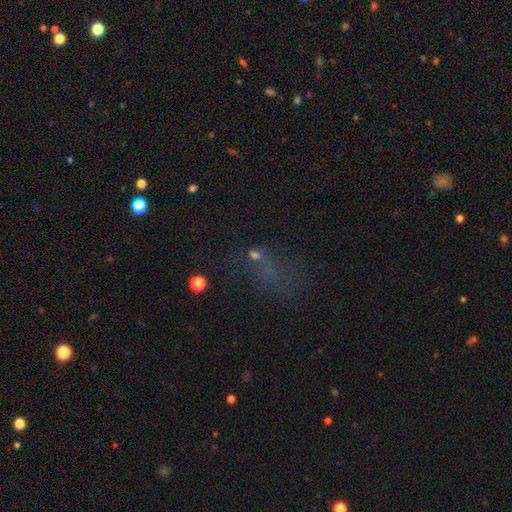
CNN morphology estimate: This appears to be a smooth galaxy with no disk features (39%). Merging: major disturbance (37%).